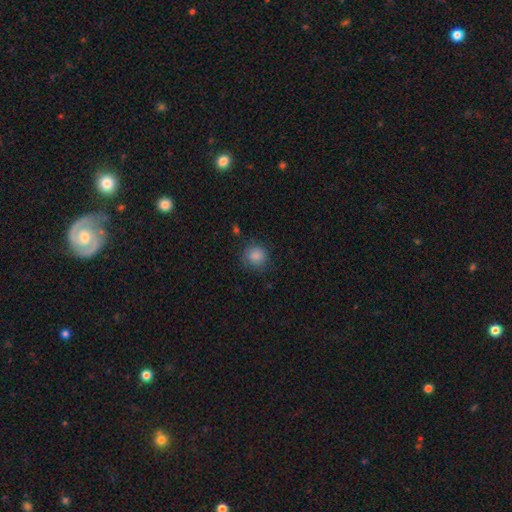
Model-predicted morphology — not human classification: Smooth or featured? smooth (86%)
How rounded? round (90%)
Merging? none (82%)